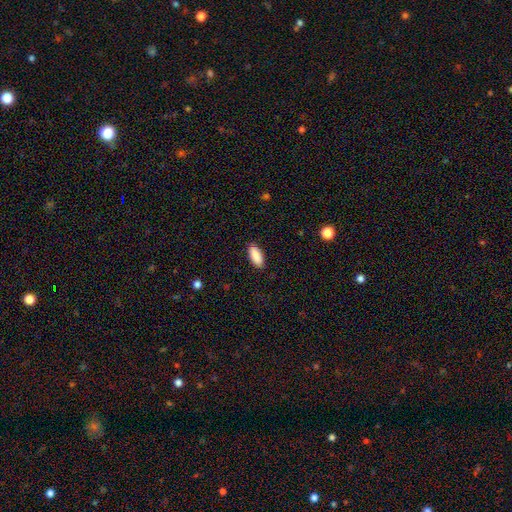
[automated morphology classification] The model was most divided on "how rounded": in between: 83%, cigar-shaped: 15%, round: 2%. More confident: smooth or featured — smooth (89%); merging — none (88%).